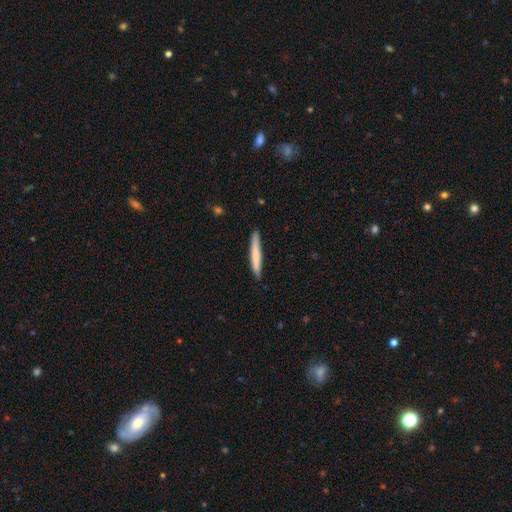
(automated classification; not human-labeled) This appears to be a smooth galaxy with no disk features (73%) that is cigar-shaped (96%). Merging: none (89%).